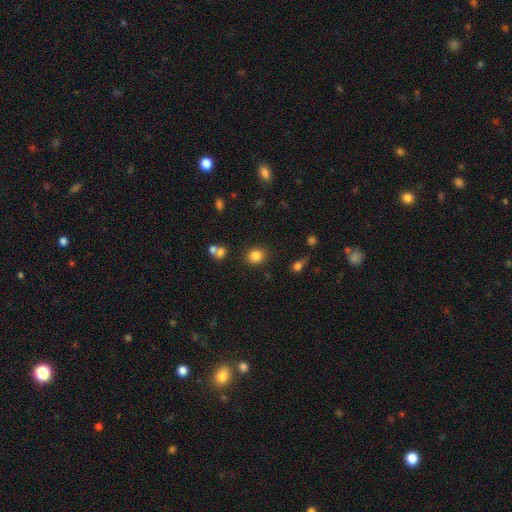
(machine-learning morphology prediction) Smooth or featured: smooth — 83% (star or artifact — 11%)
How rounded: round — 69% (in between — 30%)
Merging: none — 83% (minor disturbance — 9%)